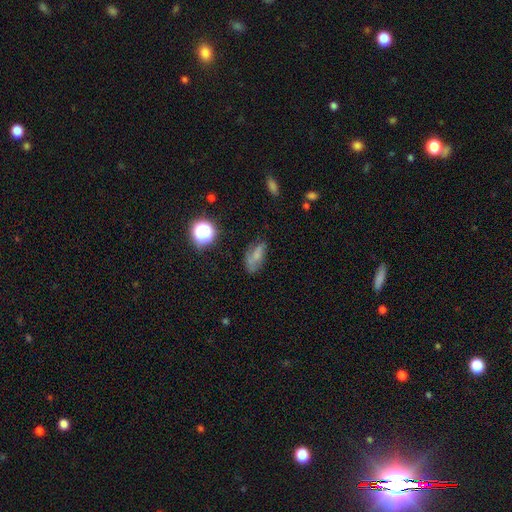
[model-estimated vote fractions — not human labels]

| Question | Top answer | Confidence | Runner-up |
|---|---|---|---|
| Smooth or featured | smooth | 54% | featured or disk (29%) |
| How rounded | in between | 80% | cigar-shaped (10%) |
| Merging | none | 50% | minor disturbance (28%) |